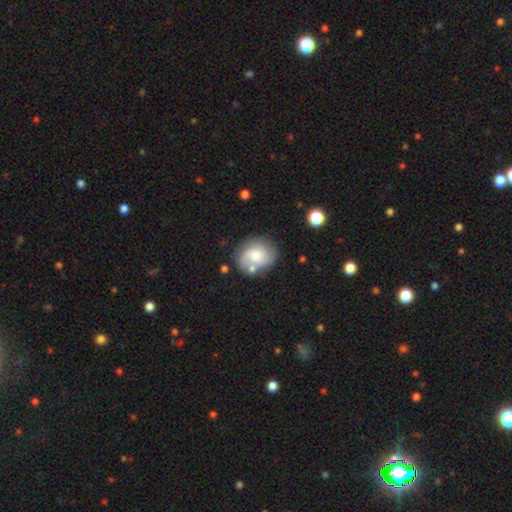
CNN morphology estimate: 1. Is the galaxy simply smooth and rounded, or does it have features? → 50% smooth, 42% featured or disk, 8% star or artifact.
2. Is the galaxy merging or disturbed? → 61% none, 20% minor disturbance, 12% merger, 7% major disturbance.